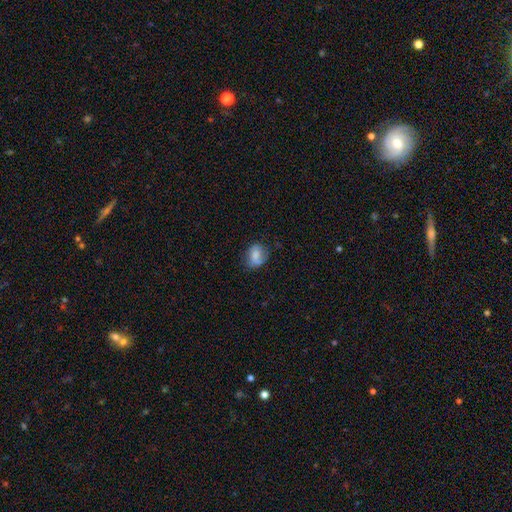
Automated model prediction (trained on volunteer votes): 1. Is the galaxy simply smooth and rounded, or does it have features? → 62% smooth, 30% featured or disk, 9% star or artifact.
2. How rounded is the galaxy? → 59% in between, 40% round, 1% cigar-shaped.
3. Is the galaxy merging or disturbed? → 58% none, 28% minor disturbance, 12% major disturbance, 2% merger.